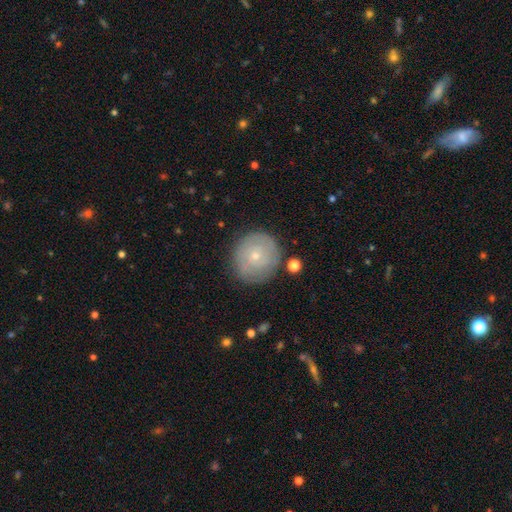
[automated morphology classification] Q: Smooth or featured?
A: featured or disk (52%); runner-up: smooth (41%)
Q: Edge-on disk?
A: no (97%); runner-up: yes (3%)
Q: Bar?
A: no (85%); runner-up: weak (13%)
Q: Spiral arms?
A: yes (70%); runner-up: no (30%)
Q: Bulge size?
A: small (77%); runner-up: moderate (19%)
Q: Merging?
A: none (81%); runner-up: minor disturbance (13%)